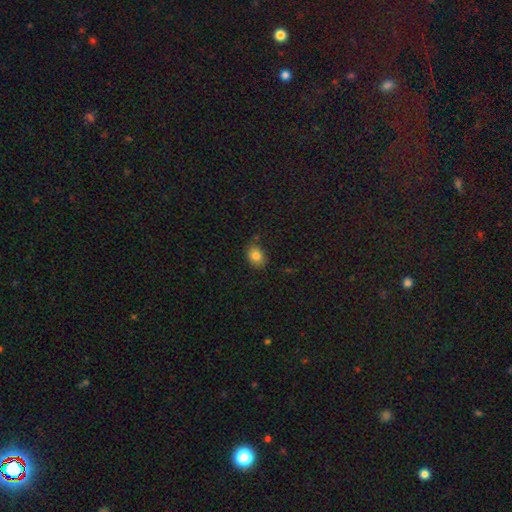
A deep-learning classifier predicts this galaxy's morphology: The model was most divided on "how rounded": in between: 63%, round: 36%, cigar-shaped: 1%. More confident: smooth or featured — smooth (82%); merging — none (77%).